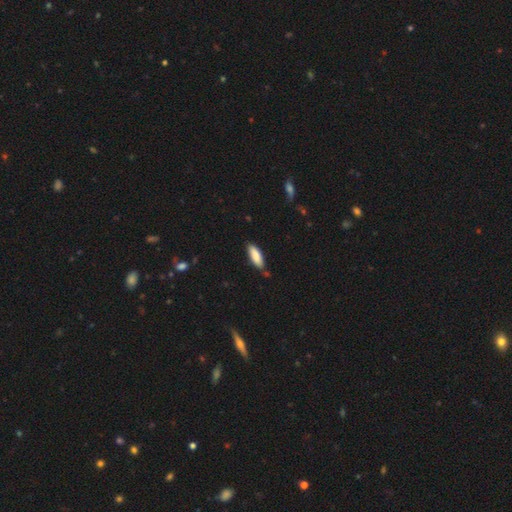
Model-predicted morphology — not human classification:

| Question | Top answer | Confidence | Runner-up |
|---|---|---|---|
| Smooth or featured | smooth | 84% | featured or disk (10%) |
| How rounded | in between | 60% | cigar-shaped (38%) |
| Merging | none | 81% | minor disturbance (14%) |